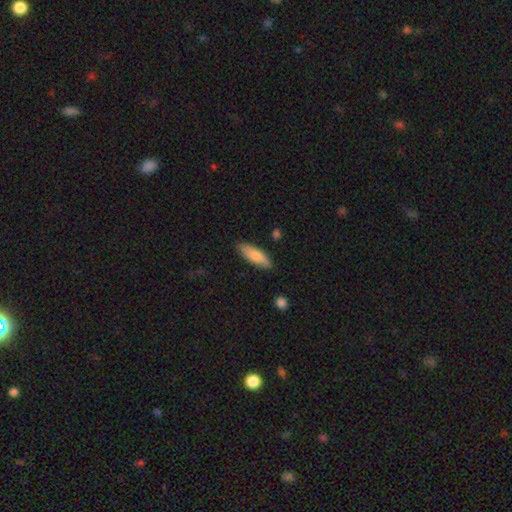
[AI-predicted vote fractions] A smooth galaxy with no disk features (80%) that is in between round and cigar-shaped (58%). Merging: none (84%).